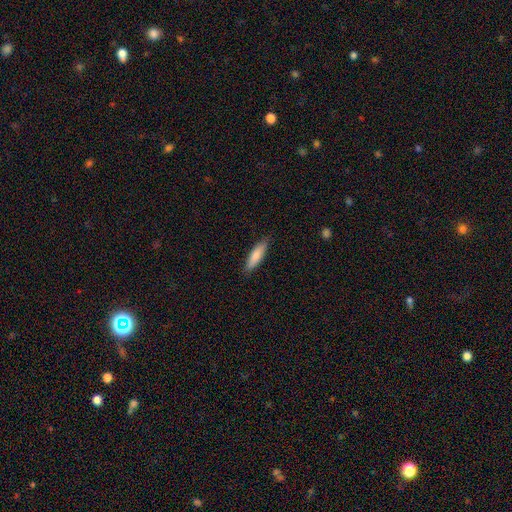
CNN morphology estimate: smooth 83%, featured or disk 12%, star or artifact 6%. Down the decision tree: how rounded — cigar-shaped (64%); merging — none (86%).